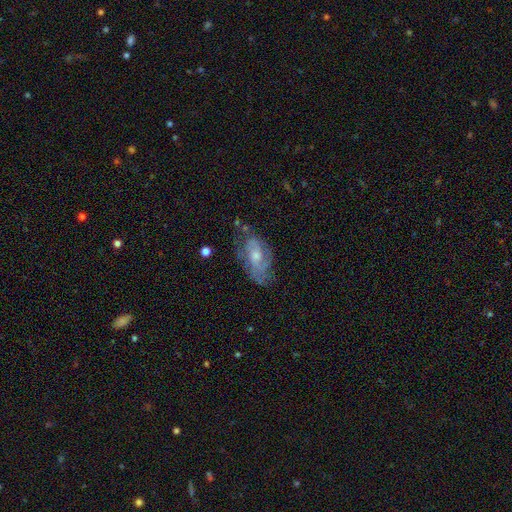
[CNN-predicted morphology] The model was most divided on "bulge size": moderate: 53%, small: 38%, large: 5%, none: 4%, dominant: 1%. More confident: edge-on disk — no (93%); spiral arms — yes (77%); bar — no (67%); smooth or featured — featured or disk (66%); merging — none (61%).